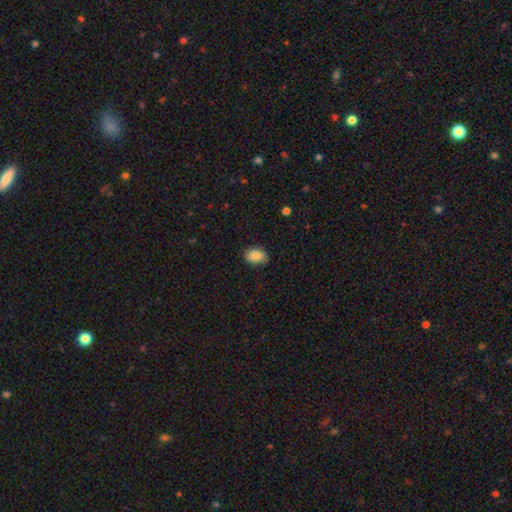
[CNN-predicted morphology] smooth 86%, star or artifact 8%, featured or disk 6%. Down the decision tree: how rounded — in between (79%); merging — none (85%).